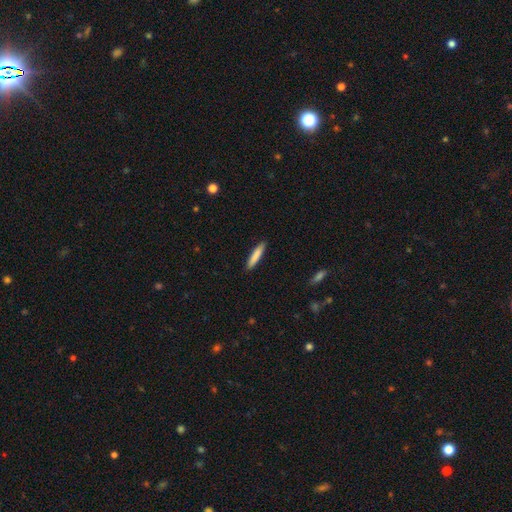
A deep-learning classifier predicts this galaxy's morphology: smooth_or_featured: smooth (p=0.84) [alt: featured or disk p=0.10]
how_rounded: cigar-shaped (p=0.89) [alt: in between p=0.10]
merging: none (p=0.91) [alt: minor disturbance p=0.07]